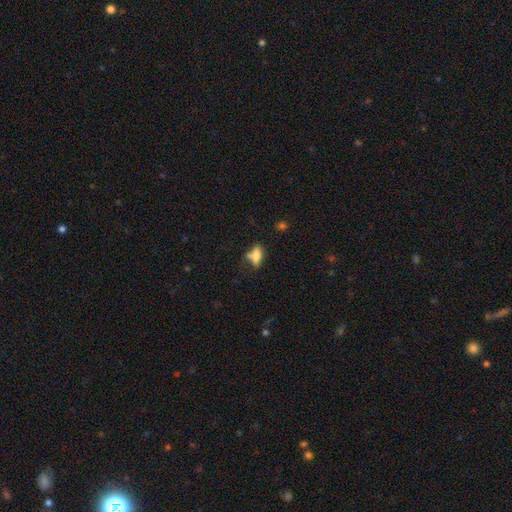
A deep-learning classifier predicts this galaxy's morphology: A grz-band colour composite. It shows a smooth galaxy with no disk features (69%) that is in between round and cigar-shaped (76%). Merging: none (49%).